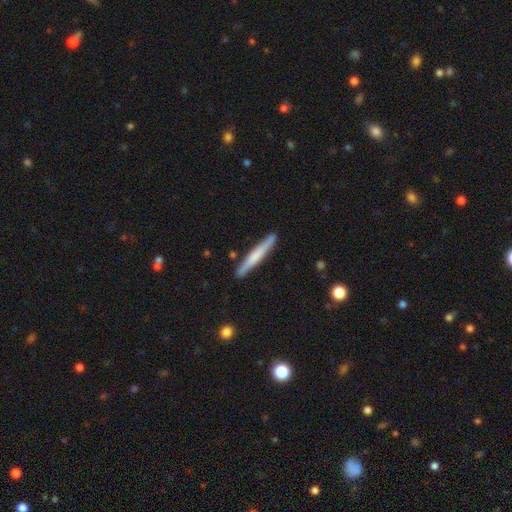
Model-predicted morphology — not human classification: Smooth or featured: smooth — 53% (featured or disk — 42%)
How rounded: cigar-shaped — 96% (in between — 3%)
Merging: none — 88% (minor disturbance — 8%)